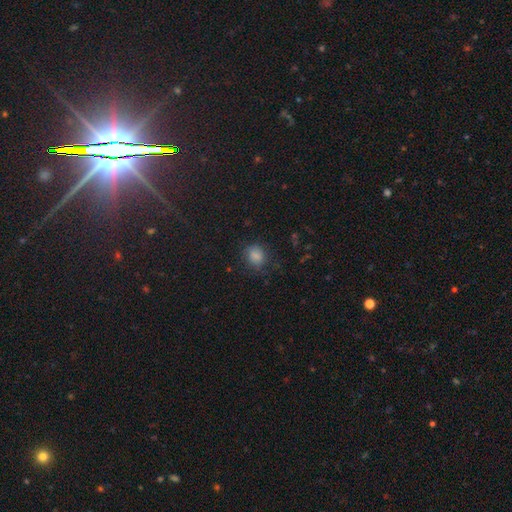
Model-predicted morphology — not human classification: Q: Smooth or featured?
A: smooth (81%); runner-up: star or artifact (12%)
Q: How rounded?
A: round (64%); runner-up: in between (35%)
Q: Merging?
A: none (72%); runner-up: minor disturbance (19%)